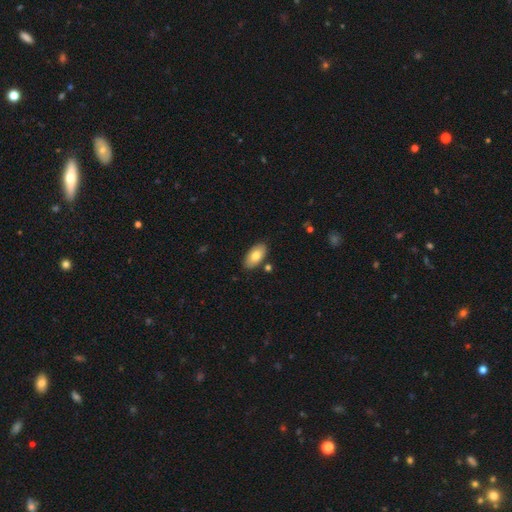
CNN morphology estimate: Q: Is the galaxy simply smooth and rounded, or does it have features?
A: smooth — 78%.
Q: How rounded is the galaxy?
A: in between — 94%.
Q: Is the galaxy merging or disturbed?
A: none — 84%.